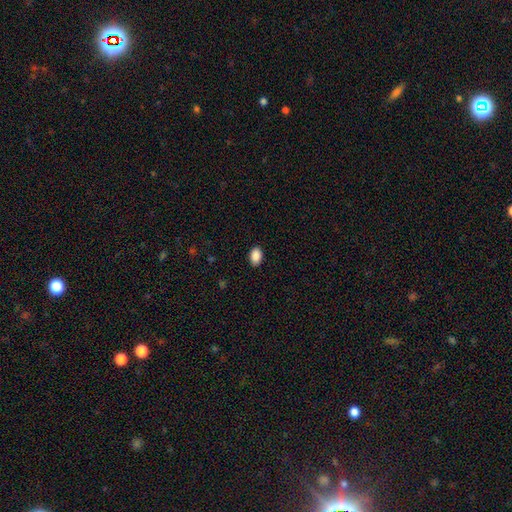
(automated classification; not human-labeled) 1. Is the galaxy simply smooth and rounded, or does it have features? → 90% smooth, 8% star or artifact, 3% featured or disk.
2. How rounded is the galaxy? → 90% in between, 9% round, 1% cigar-shaped.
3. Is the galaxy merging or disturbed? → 88% none, 9% minor disturbance, 2% major disturbance, 1% merger.